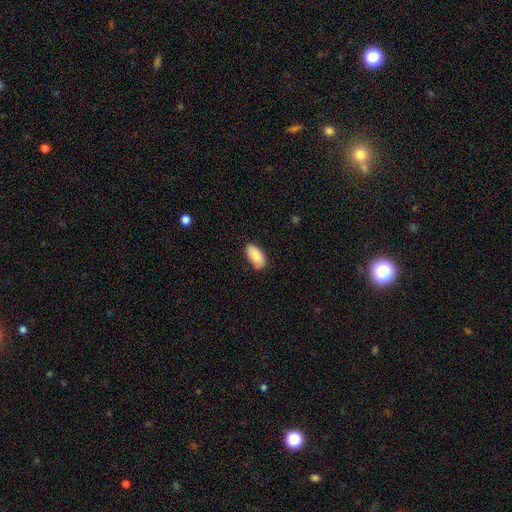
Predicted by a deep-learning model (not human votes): The model was most divided on "merging": none: 77%, minor disturbance: 19%, major disturbance: 3%, merger: 1%. More confident: how rounded — in between (93%); smooth or featured — smooth (84%).